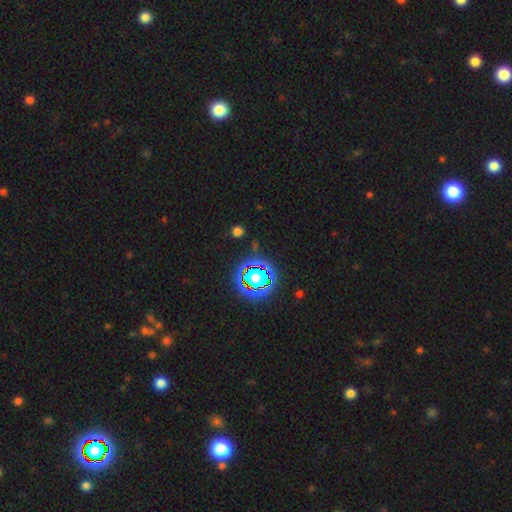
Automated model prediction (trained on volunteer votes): Smooth or featured: star or artifact — 78% (smooth — 14%)